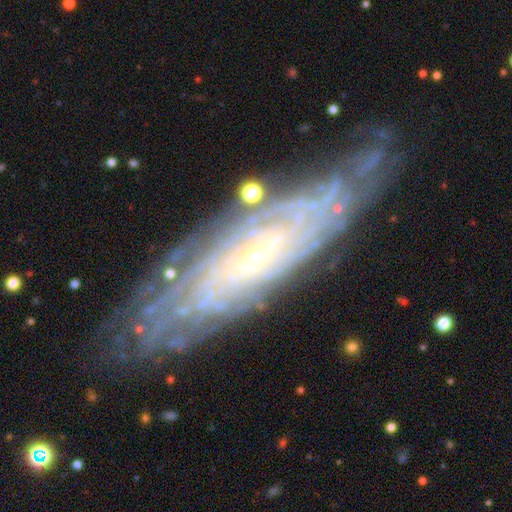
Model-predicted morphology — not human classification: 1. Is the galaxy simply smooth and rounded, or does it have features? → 82% featured or disk, 11% smooth, 7% star or artifact.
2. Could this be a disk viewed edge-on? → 80% no, 20% yes.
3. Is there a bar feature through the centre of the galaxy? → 66% no, 26% weak, 8% strong.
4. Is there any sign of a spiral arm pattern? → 94% yes, 6% no.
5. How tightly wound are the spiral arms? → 80% tight, 16% medium, 4% loose.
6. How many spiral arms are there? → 56% can't tell, 15% more than 4, 10% 4, 8% 2, 7% 3, 5% 1.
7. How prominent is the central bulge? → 83% small, 11% moderate, 3% none, 1% large, 1% dominant.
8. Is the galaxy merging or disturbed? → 76% none, 17% minor disturbance, 5% major disturbance, 2% merger.